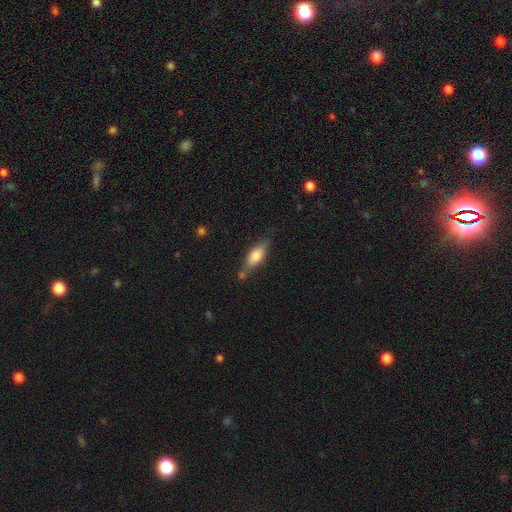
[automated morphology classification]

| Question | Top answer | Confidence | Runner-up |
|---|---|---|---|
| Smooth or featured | smooth | 64% | featured or disk (29%) |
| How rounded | in between | 60% | cigar-shaped (37%) |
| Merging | none | 66% | minor disturbance (19%) |